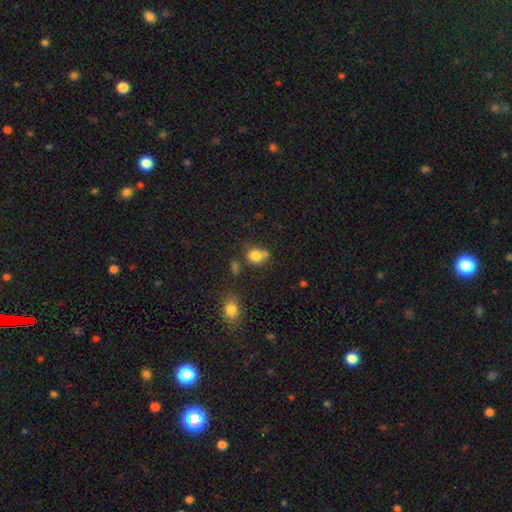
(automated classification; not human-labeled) A smooth galaxy with no disk features (81%) that is round (66%). Merging: none (51%).